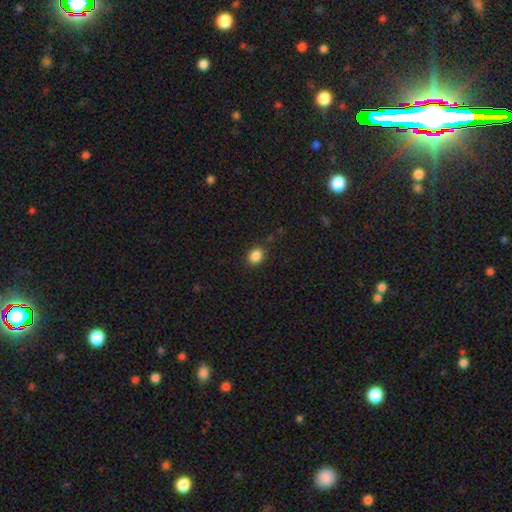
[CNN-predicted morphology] smooth-or-featured: smooth: 85% | star or artifact: 11% | featured or disk: 4%
  how-rounded: round: 63% | in between: 36% | cigar-shaped: 1%
  merging: none: 86% | minor disturbance: 10% | major disturbance: 3% | merger: 1%